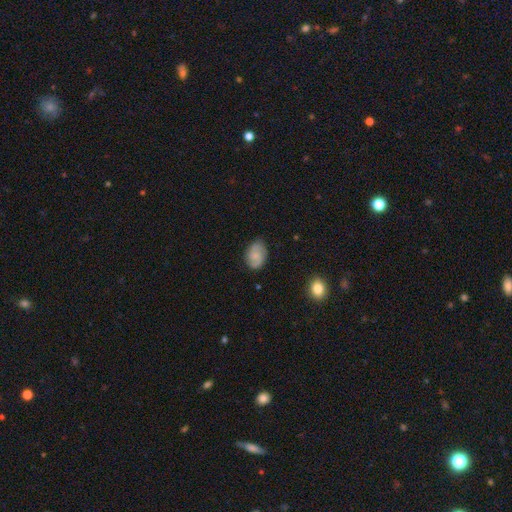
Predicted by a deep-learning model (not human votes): This appears to be a featured or disk galaxy (51%). Merging: none (80%).